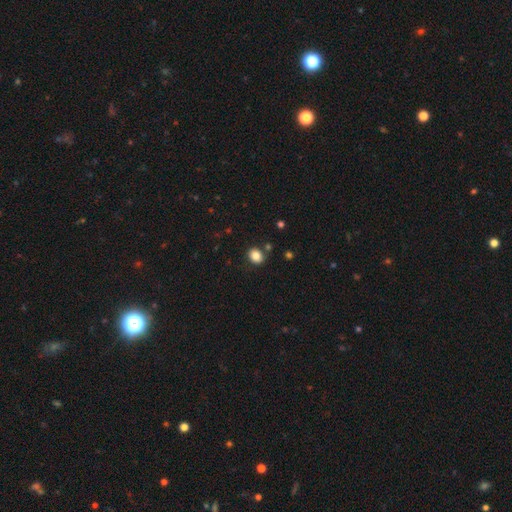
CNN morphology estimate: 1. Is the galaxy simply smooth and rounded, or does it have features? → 84% smooth, 10% star or artifact, 6% featured or disk.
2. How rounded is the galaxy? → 54% round, 45% in between, 1% cigar-shaped.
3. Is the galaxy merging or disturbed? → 82% none, 10% minor disturbance, 5% merger, 3% major disturbance.